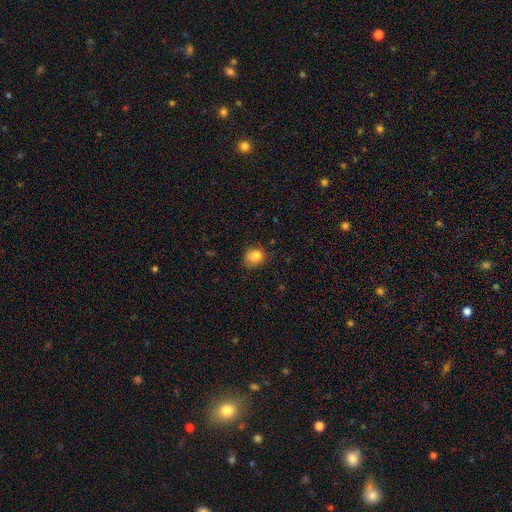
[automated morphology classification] A smooth galaxy with no disk features (83%) that is round (67%). Merging: none (69%).